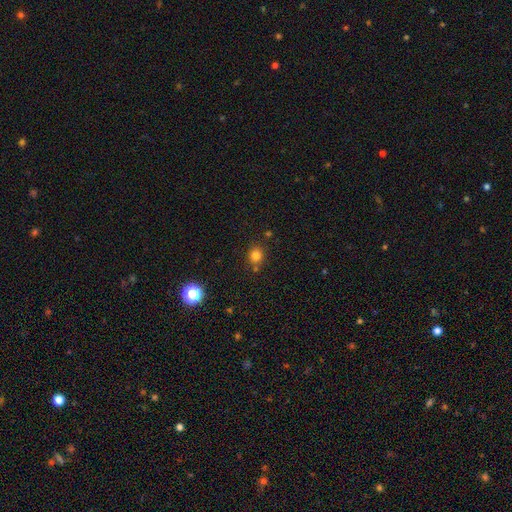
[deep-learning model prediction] A smooth galaxy with no disk features (79%) that is round (82%).

Vote fractions:
- Smooth or featured? smooth: 79% / star or artifact: 15% / featured or disk: 6%
- How rounded? round: 82% / in between: 17% / cigar-shaped: 1%
- Merging? none: 76% / minor disturbance: 12% / merger: 9% / major disturbance: 3%